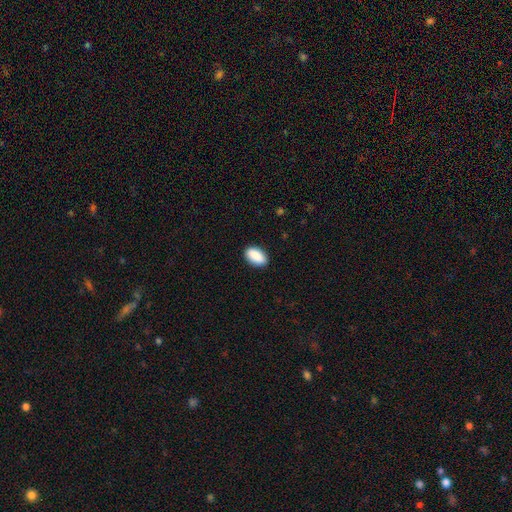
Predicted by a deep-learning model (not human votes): smooth_or_featured: smooth (p=0.90) [alt: star or artifact p=0.07]
how_rounded: in between (p=0.94) [alt: round p=0.04]
merging: none (p=0.89) [alt: minor disturbance p=0.09]